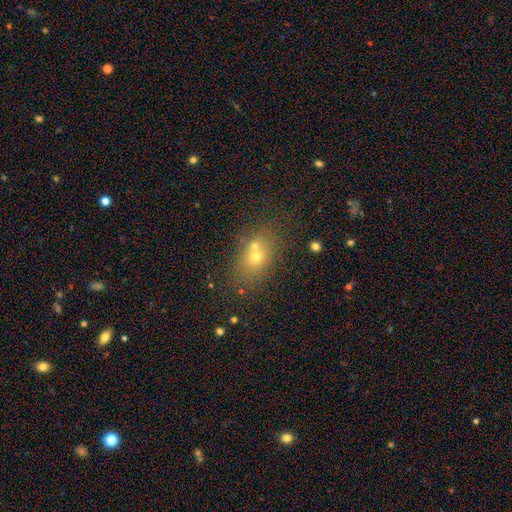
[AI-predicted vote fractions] smooth 59%, featured or disk 21%, star or artifact 19%. Down the decision tree: how rounded — in between (58%); merging — none (50%).